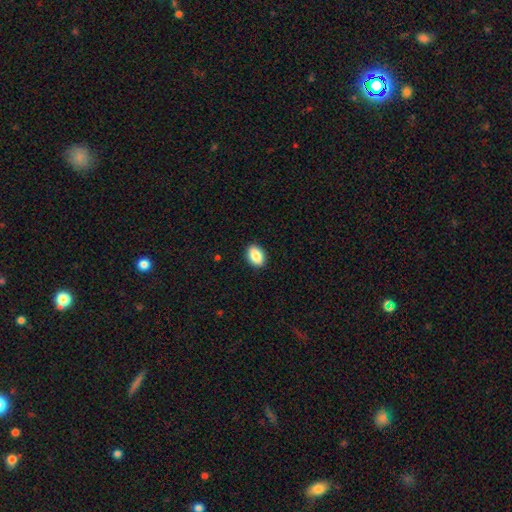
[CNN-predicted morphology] Overall: smooth (88%). How rounded: in between (84%). Merging: none (90%).